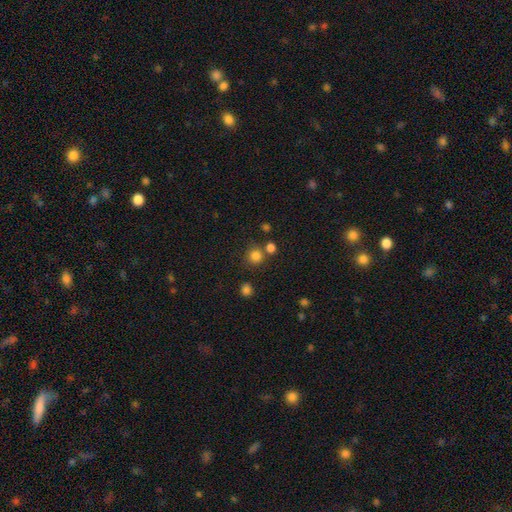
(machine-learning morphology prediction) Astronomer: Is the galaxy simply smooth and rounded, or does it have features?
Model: smooth — 80%.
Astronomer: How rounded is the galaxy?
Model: round — 89%.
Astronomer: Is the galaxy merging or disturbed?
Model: none — 71%.